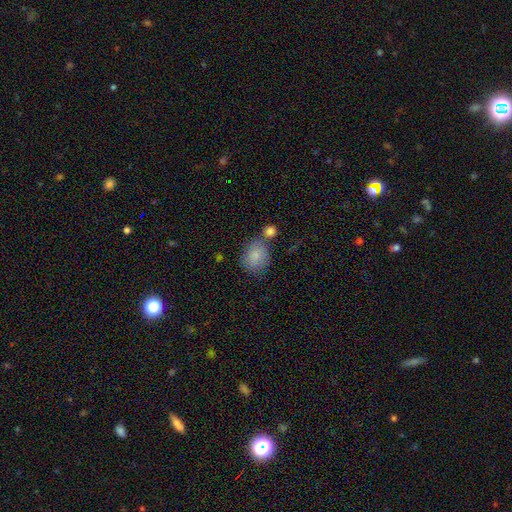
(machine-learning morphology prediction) Smooth or featured? smooth (84%)
How rounded? round (58%)
Merging? none (55%)